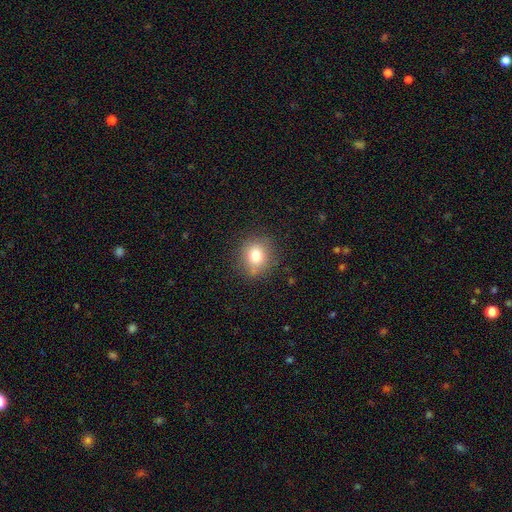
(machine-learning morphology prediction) The model was most divided on "how rounded": round: 79%, in between: 20%, cigar-shaped: 1%. More confident: merging — none (82%); smooth or featured — smooth (78%).